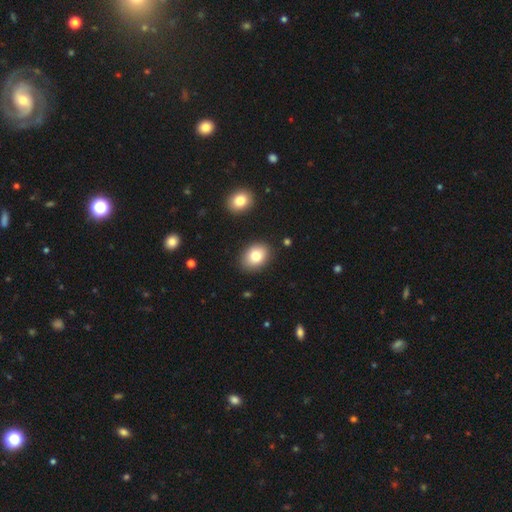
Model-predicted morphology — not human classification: smooth_or_featured: smooth (p=0.81) [alt: featured or disk p=0.10]
how_rounded: in between (p=0.71) [alt: round p=0.28]
merging: none (p=0.86) [alt: minor disturbance p=0.09]